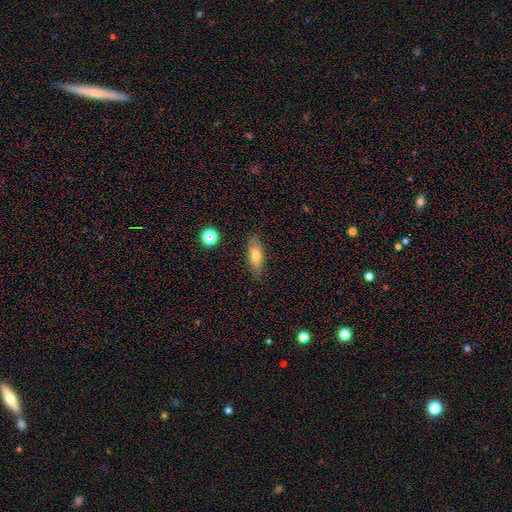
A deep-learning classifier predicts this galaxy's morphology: smooth-or-featured: smooth: 67% | featured or disk: 25% | star or artifact: 8%
  how-rounded: in between: 69% | cigar-shaped: 27% | round: 4%
  merging: none: 80% | minor disturbance: 15% | major disturbance: 3% | merger: 2%